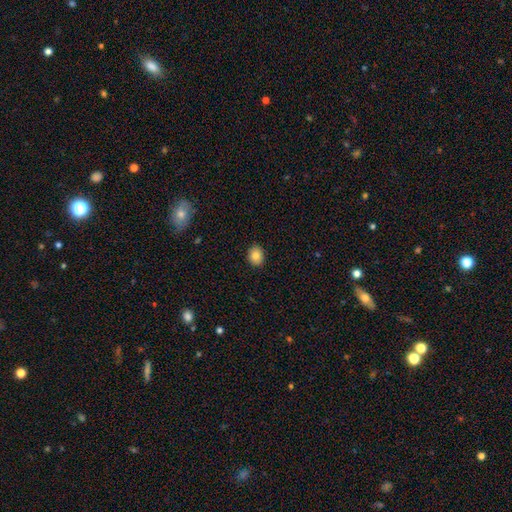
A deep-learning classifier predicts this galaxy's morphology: smooth 82%, featured or disk 10%, star or artifact 9%. Down the decision tree: how rounded — round (61%); merging — none (89%).